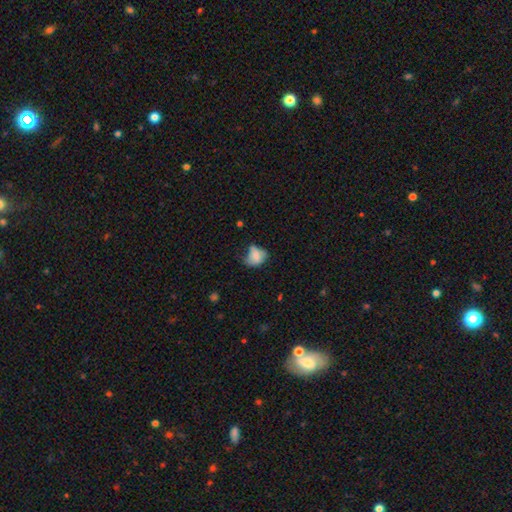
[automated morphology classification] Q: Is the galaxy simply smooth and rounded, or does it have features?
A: smooth — 69%.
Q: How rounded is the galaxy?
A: in between — 62%.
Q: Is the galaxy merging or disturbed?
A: minor disturbance — 37%.